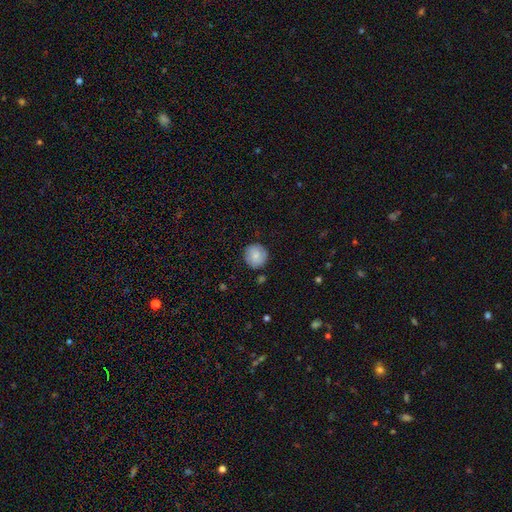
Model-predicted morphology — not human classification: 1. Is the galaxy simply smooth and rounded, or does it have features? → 71% smooth, 22% featured or disk, 7% star or artifact.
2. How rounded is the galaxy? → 93% round, 6% in between, 1% cigar-shaped.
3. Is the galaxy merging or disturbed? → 85% none, 10% minor disturbance, 3% major disturbance, 2% merger.